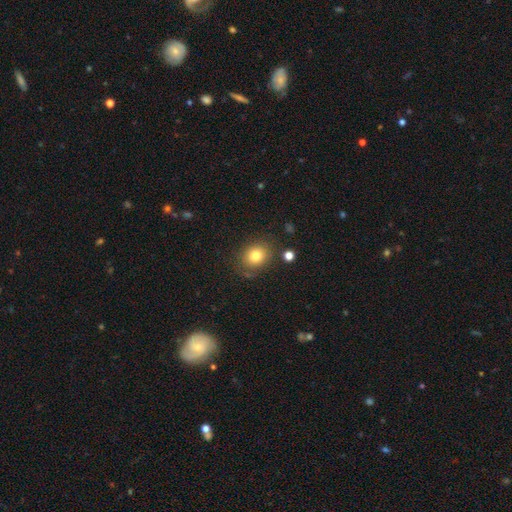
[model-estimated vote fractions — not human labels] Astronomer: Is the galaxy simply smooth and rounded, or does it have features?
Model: smooth — 80%.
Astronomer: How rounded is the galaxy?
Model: round — 65%.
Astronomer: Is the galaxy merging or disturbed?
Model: none — 78%.